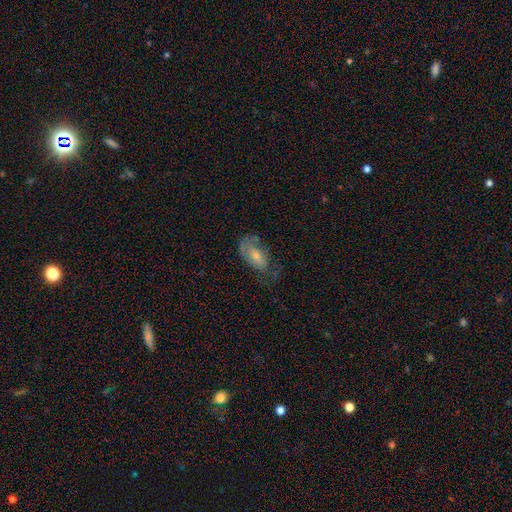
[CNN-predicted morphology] smooth_or_featured: featured or disk (p=0.55) [alt: smooth p=0.35]
disk_edge_on: no (p=0.90) [alt: yes p=0.10]
merging: none (p=0.53) [alt: minor disturbance p=0.26]